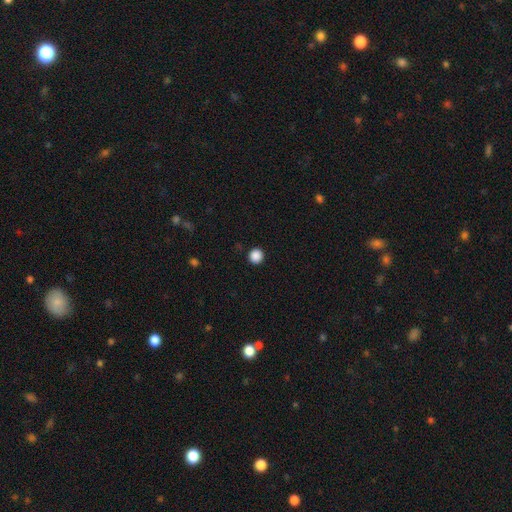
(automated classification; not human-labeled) smooth-or-featured: smooth: 88% | star or artifact: 10% | featured or disk: 2%
  how-rounded: round: 95% | in between: 4% | cigar-shaped: 1%
  merging: none: 93% | minor disturbance: 4% | major disturbance: 2% | merger: 1%